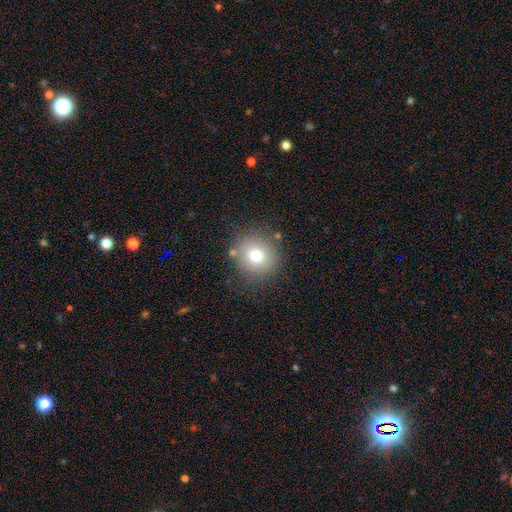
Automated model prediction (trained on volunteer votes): smooth_or_featured: smooth (p=0.75) [alt: star or artifact p=0.13]
how_rounded: round (p=0.89) [alt: in between p=0.10]
merging: none (p=0.81) [alt: minor disturbance p=0.11]